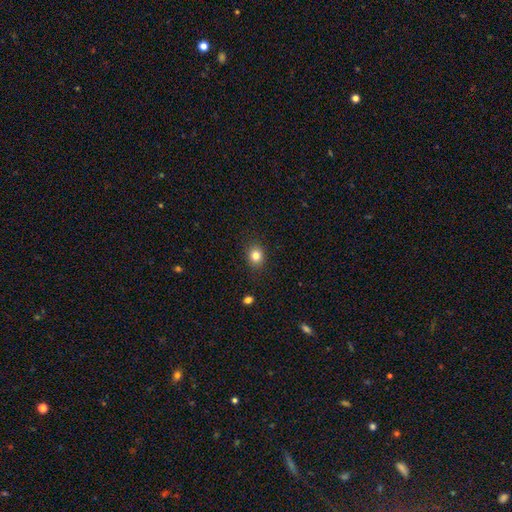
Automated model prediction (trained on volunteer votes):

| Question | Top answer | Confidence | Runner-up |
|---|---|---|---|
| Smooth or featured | smooth | 81% | star or artifact (12%) |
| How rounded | round | 66% | in between (33%) |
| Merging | none | 88% | minor disturbance (8%) |